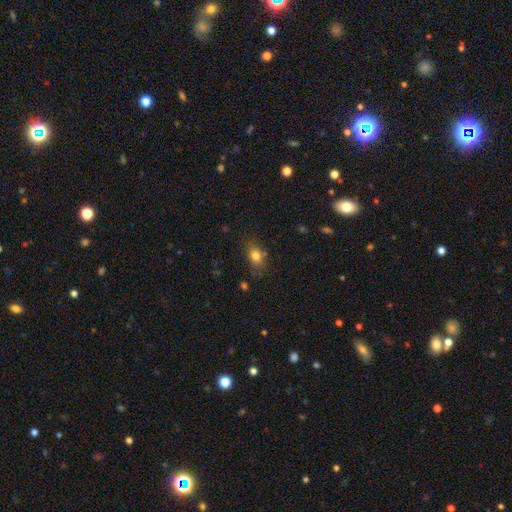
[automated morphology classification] This appears to be a smooth galaxy with no disk features (80%) that is in between round and cigar-shaped (72%). Merging: none (73%).